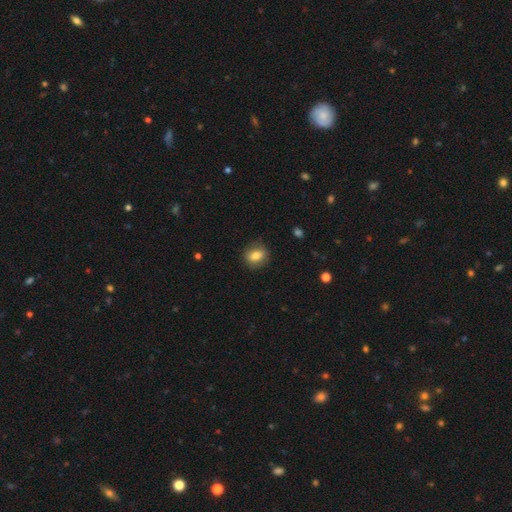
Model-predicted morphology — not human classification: The model was most divided on "how rounded": round: 55%, in between: 44%, cigar-shaped: 1%. More confident: merging — none (83%); smooth or featured — smooth (79%).